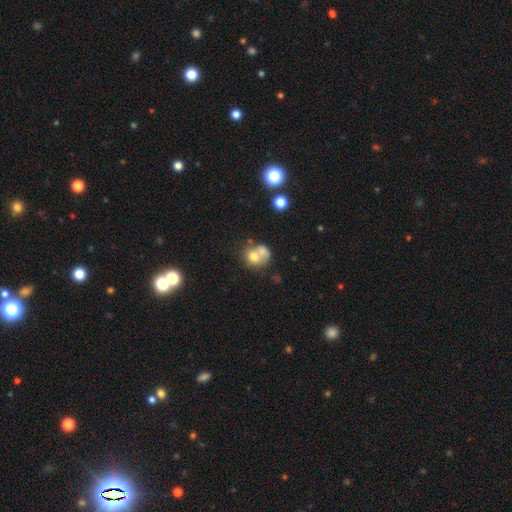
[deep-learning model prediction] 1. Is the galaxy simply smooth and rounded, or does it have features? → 67% smooth, 22% featured or disk, 11% star or artifact.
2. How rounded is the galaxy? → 66% round, 33% in between, 1% cigar-shaped.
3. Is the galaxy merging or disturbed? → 56% merger, 28% none, 10% minor disturbance, 7% major disturbance.